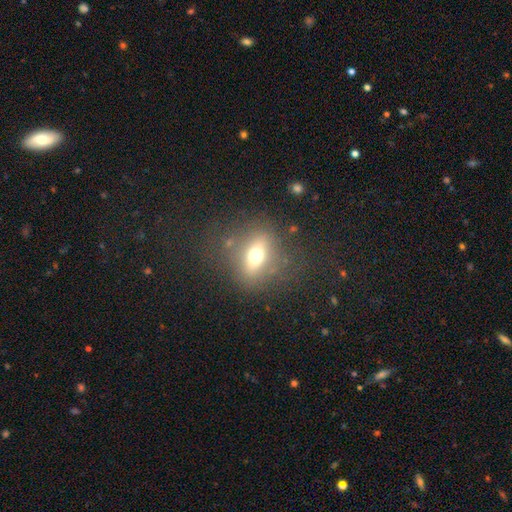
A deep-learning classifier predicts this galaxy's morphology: type=smooth (58%); roundness=in between (52%); merging=none (73%).